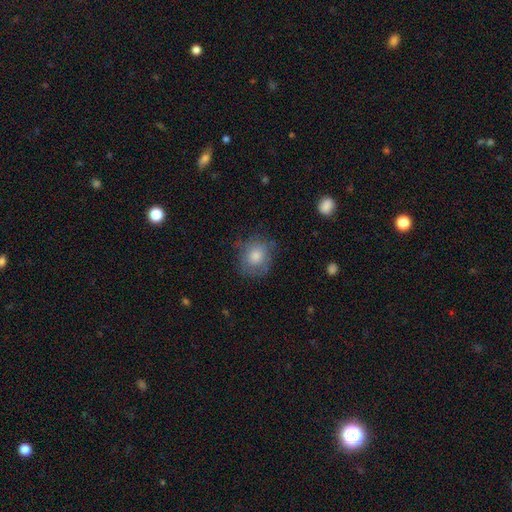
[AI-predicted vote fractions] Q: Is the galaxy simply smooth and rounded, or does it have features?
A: smooth — 77%.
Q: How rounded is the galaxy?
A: round — 74%.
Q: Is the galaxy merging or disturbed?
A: none — 66%.